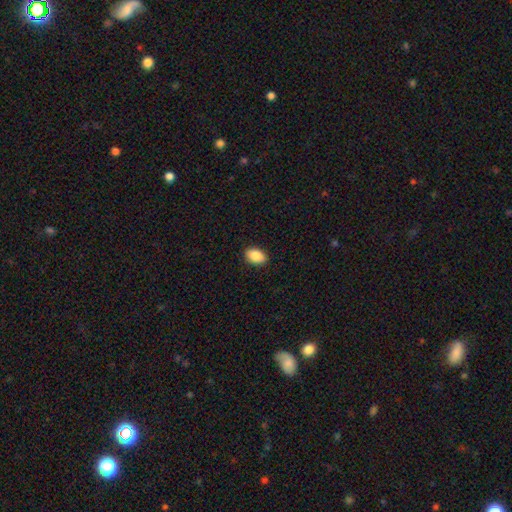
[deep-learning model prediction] This is clearly a smooth galaxy (89%). How rounded: clearly in between (89%). Merging: clearly none (90%).